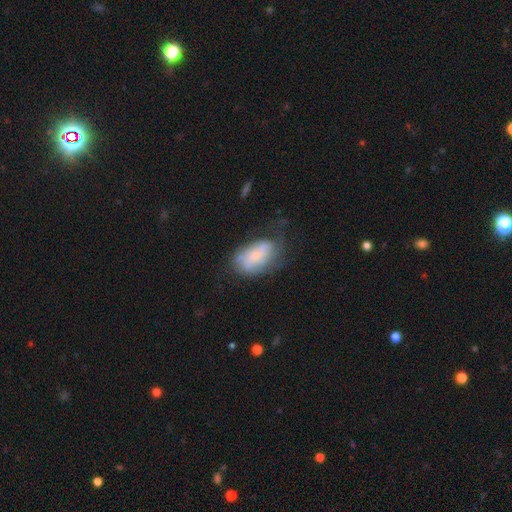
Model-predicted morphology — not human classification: Overall: featured or disk (49%; smooth 43%). Merging: none (46%; minor disturbance 30%).